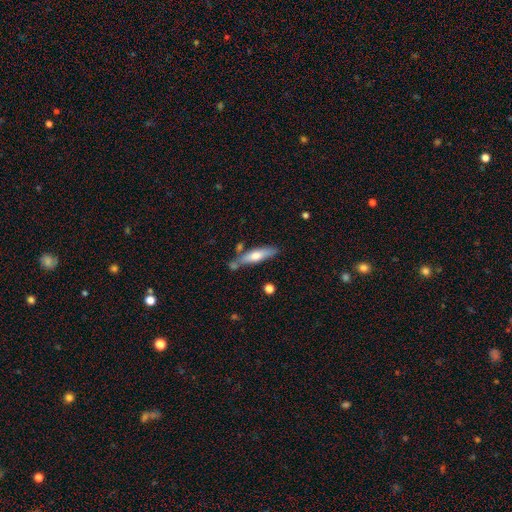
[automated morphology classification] This appears to be a smooth galaxy with no disk features (59%) that is cigar-shaped (71%). Merging: none (67%).